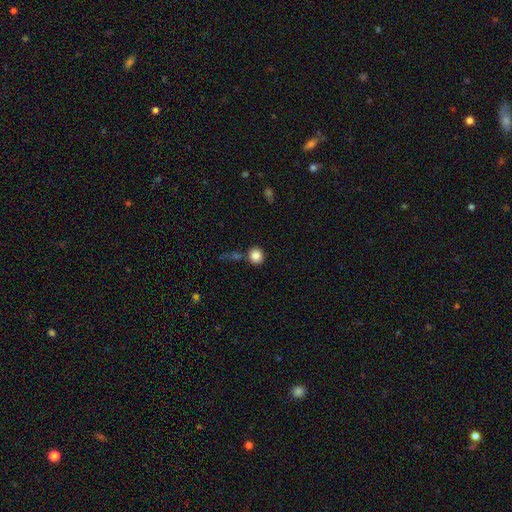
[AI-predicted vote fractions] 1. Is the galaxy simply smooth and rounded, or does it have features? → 85% smooth, 10% star or artifact, 6% featured or disk.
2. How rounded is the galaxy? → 89% round, 10% in between, 1% cigar-shaped.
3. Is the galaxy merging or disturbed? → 77% none, 10% merger, 9% minor disturbance, 3% major disturbance.